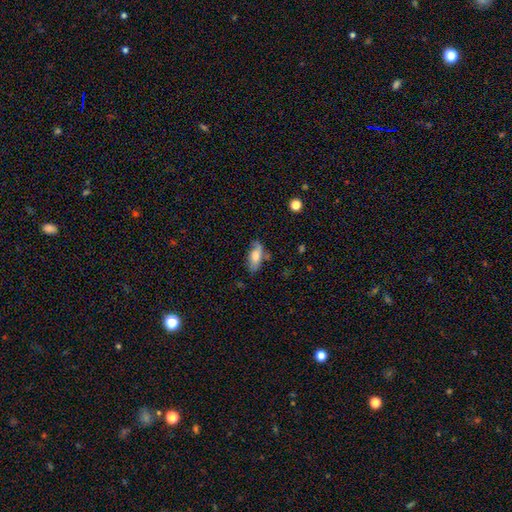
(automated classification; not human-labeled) The model was most divided on "merging": none: 56%, minor disturbance: 29%, major disturbance: 10%, merger: 6%. More confident: how rounded — in between (82%); smooth or featured — smooth (65%).